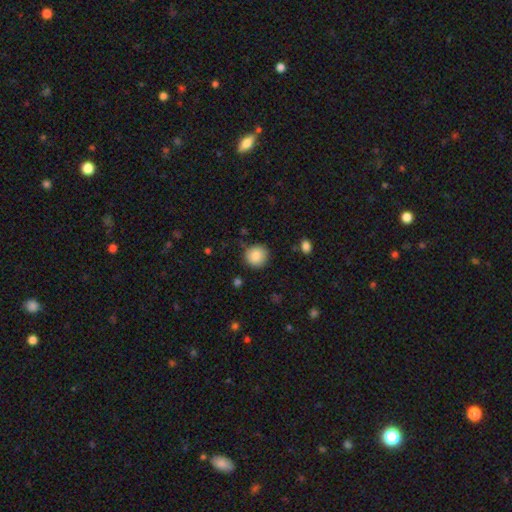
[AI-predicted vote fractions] A smooth galaxy with no disk features (86%) that is round (91%).

Vote fractions:
- Smooth or featured? smooth: 86% / star or artifact: 8% / featured or disk: 5%
- How rounded? round: 91% / in between: 8% / cigar-shaped: 1%
- Merging? none: 83% / minor disturbance: 12% / major disturbance: 3% / merger: 2%